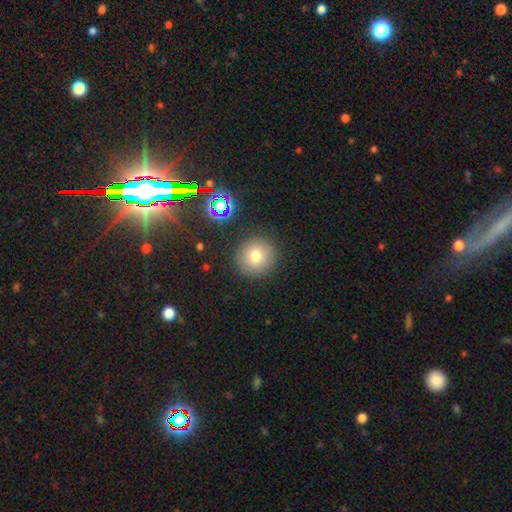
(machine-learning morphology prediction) Smooth or featured? Predicted: smooth (p=0.74). How rounded? Predicted: round (p=0.94). Merging? Predicted: none (p=0.89).